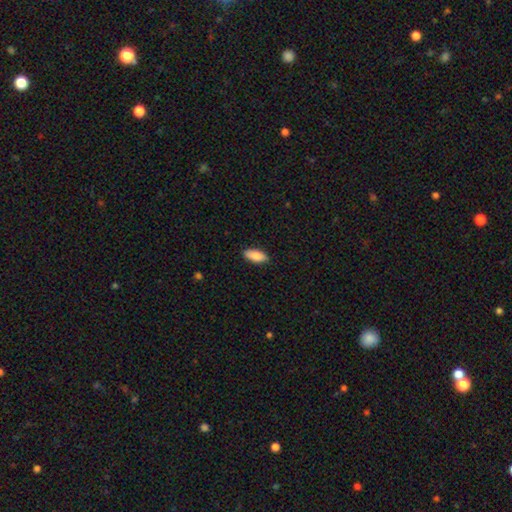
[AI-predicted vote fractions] This appears to be a smooth galaxy with no disk features (84%) that is in between round and cigar-shaped (85%). Merging: none (89%).